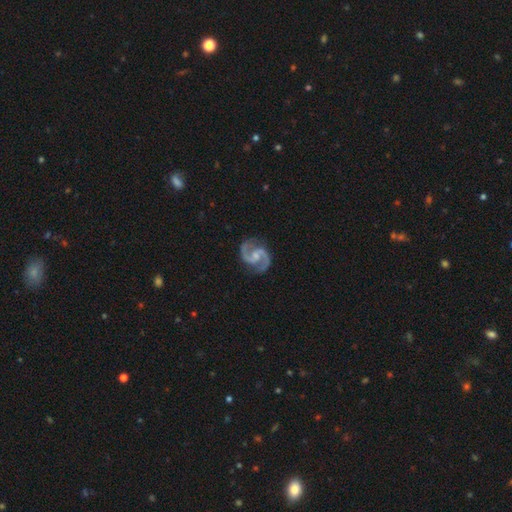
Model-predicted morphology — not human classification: A featured or disk galaxy (93%) with no bar (46%), 2 (95%) medium (67%) spiral arms (99%) and a small central bulge (47%). Merging: none (83%).